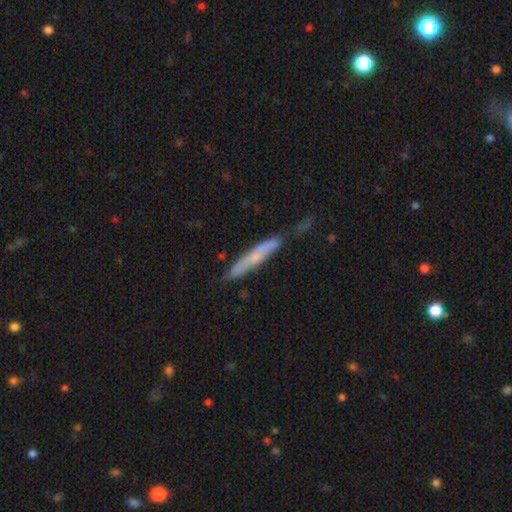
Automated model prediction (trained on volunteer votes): Smooth or featured: smooth — 51% (featured or disk — 42%)
How rounded: cigar-shaped — 93% (in between — 5%)
Merging: none — 66% (minor disturbance — 24%)